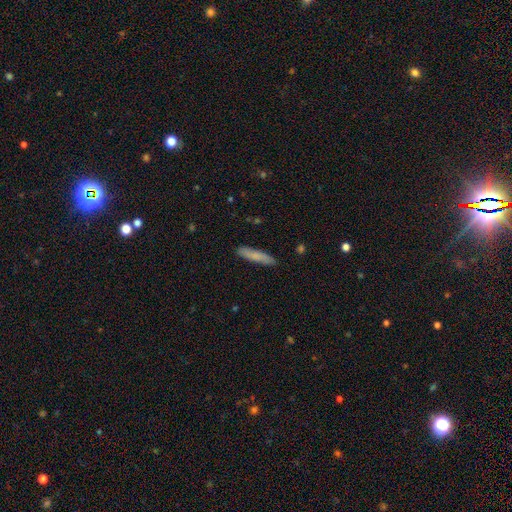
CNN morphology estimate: This is likely a smooth galaxy (77%). How rounded: clearly cigar-shaped (86%). Merging: clearly none (88%).